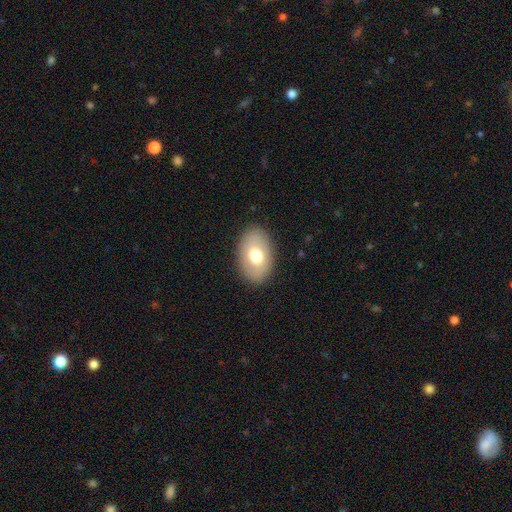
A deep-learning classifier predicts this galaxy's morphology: Smooth or featured: smooth — 70% (featured or disk — 22%)
How rounded: in between — 88% (round — 10%)
Merging: none — 87% (minor disturbance — 9%)